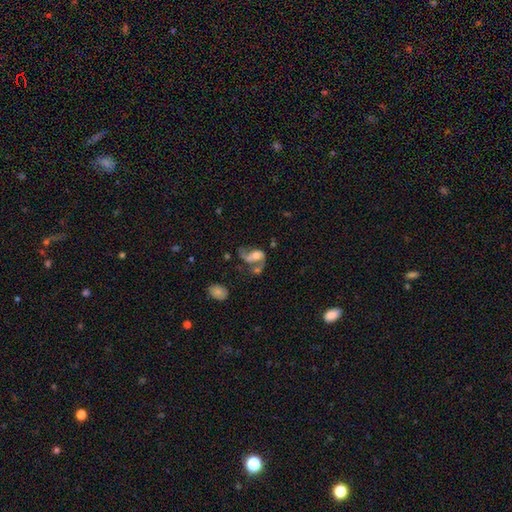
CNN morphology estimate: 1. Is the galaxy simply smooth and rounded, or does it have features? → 75% featured or disk, 16% smooth, 8% star or artifact.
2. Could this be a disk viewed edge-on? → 97% no, 3% yes.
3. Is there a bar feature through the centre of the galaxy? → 46% no, 36% weak, 18% strong.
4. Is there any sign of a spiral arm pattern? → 87% yes, 13% no.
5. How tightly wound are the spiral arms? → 59% loose, 33% medium, 8% tight.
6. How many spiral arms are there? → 78% 2, 14% 1, 5% can't tell, 1% 3, 1% 4, 1% more than 4.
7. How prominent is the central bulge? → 51% moderate, 28% small, 12% large, 6% none, 2% dominant.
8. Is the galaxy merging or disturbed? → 31% none, 30% major disturbance, 22% merger, 16% minor disturbance.